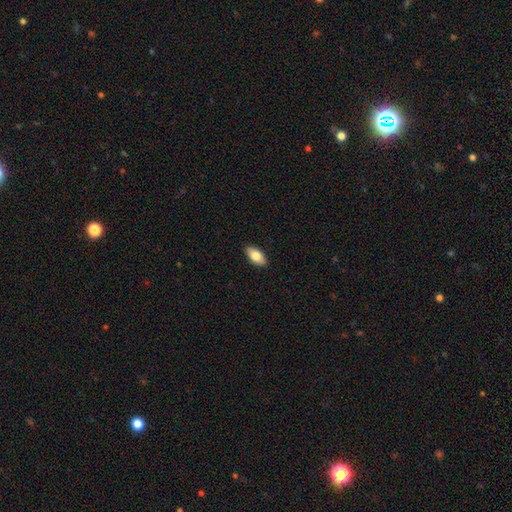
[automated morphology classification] Overall: smooth (81%). How rounded: in between (92%). Merging: none (90%).